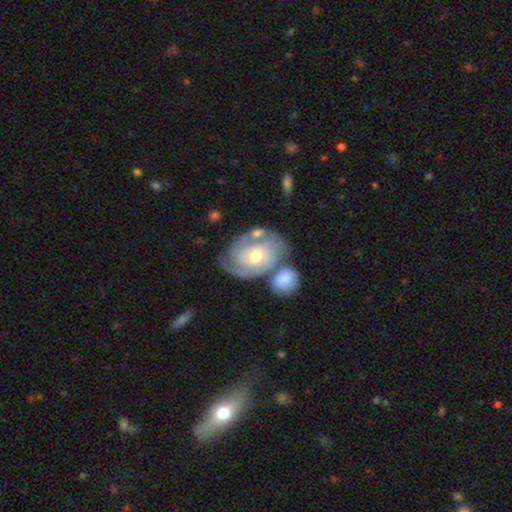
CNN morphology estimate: Overall: featured or disk (76%). Edge-on disk: no (96%). Bar: no (70%). Spiral arms: yes (89%). Spiral arm count: can't tell (34%; 2 32%). Spiral winding: tight (65%; medium 27%). Bulge size: moderate (63%; small 31%). Merging: none (49%; merger 23%).